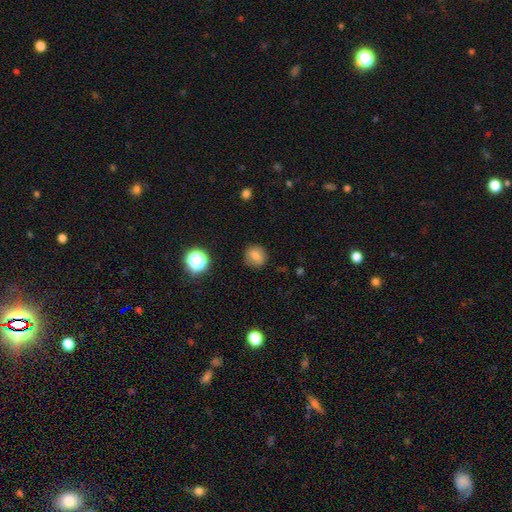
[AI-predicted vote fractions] Smooth or featured? Predicted: smooth (p=0.75). How rounded? Predicted: round (p=0.81). Merging? Predicted: none (p=0.85).